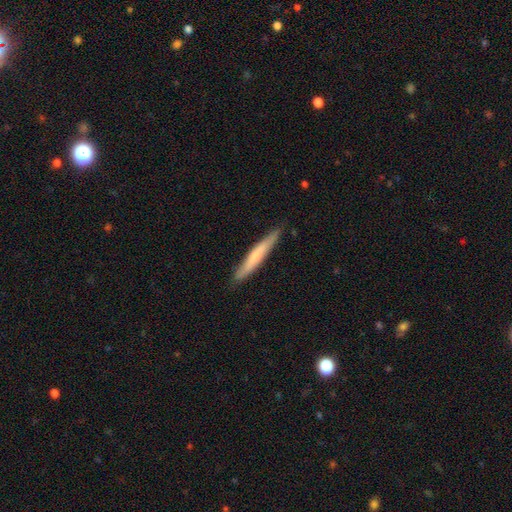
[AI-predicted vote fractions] Overall: smooth (59%; featured or disk 36%). How rounded: cigar-shaped (95%). Merging: none (87%).